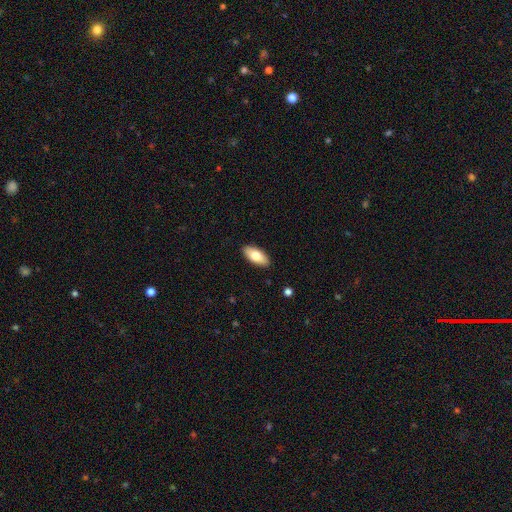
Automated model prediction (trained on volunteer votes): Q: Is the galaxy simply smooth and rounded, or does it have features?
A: smooth — 75%.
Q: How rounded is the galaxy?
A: in between — 88%.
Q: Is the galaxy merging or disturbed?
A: none — 89%.